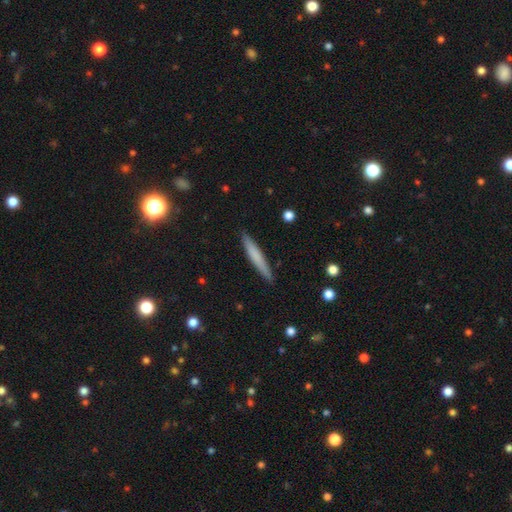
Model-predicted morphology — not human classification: Smooth or featured? Predicted: smooth (p=0.69). How rounded? Predicted: cigar-shaped (p=0.95). Merging? Predicted: none (p=0.89).